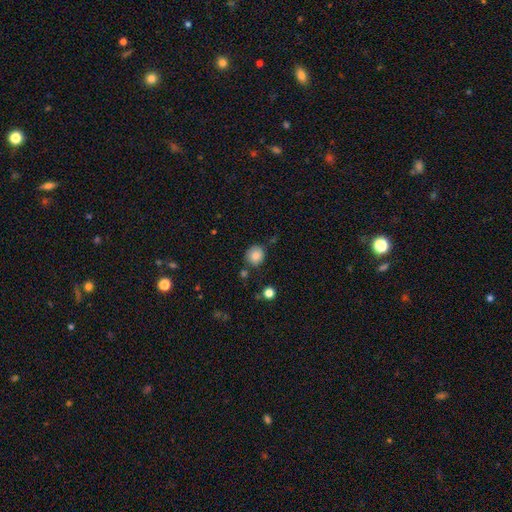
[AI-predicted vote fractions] The model was most divided on "merging": none: 75%, minor disturbance: 16%, merger: 6%, major disturbance: 4%. More confident: smooth or featured — smooth (85%); how rounded — round (83%).